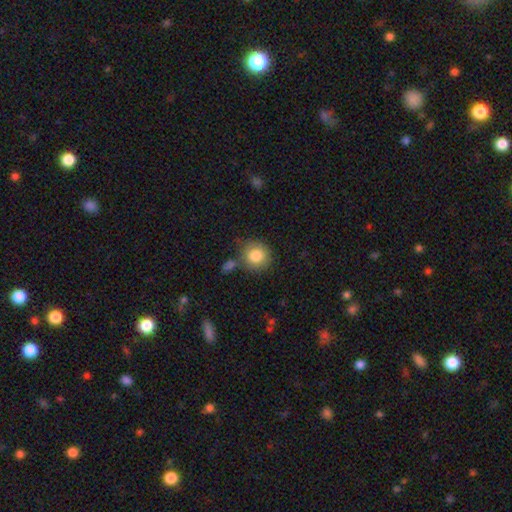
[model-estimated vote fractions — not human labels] A smooth galaxy with no disk features (84%) that is round (87%). Merging: none (71%).